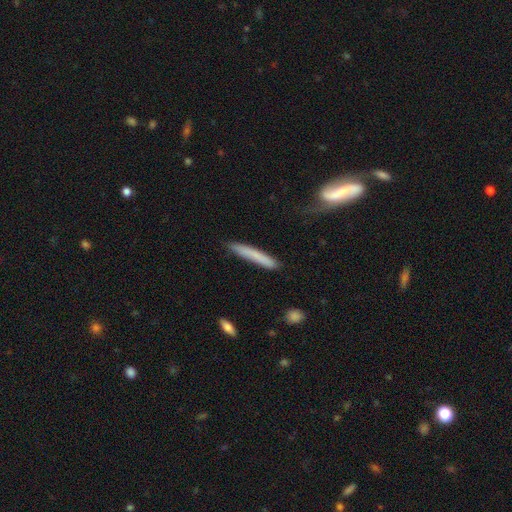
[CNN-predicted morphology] Smooth or featured? Predicted: smooth (p=0.71). How rounded? Predicted: cigar-shaped (p=0.95). Merging? Predicted: none (p=0.78).